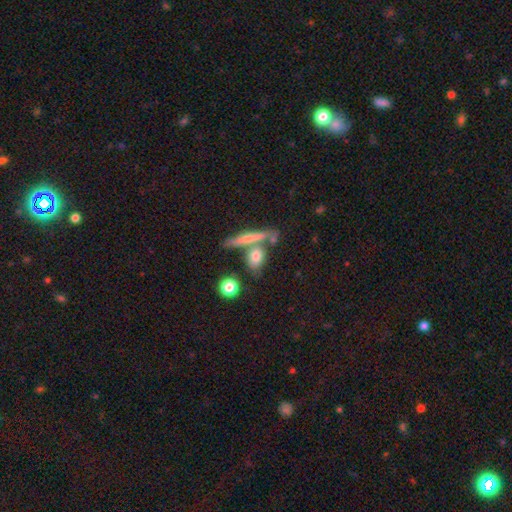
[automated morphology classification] smooth-or-featured: smooth: 68% | featured or disk: 23% | star or artifact: 9%
  how-rounded: in between: 46% | cigar-shaped: 31% | round: 24%
  merging: none: 55% | merger: 26% | minor disturbance: 13% | major disturbance: 5%